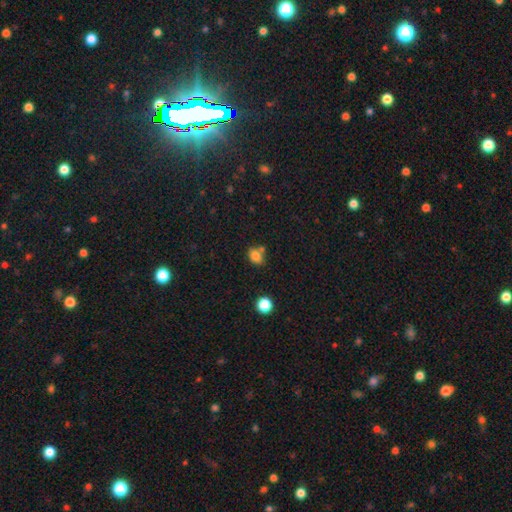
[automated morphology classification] The model was most divided on "how rounded": in between: 68%, round: 31%, cigar-shaped: 1%. More confident: smooth or featured — smooth (81%); merging — none (60%).